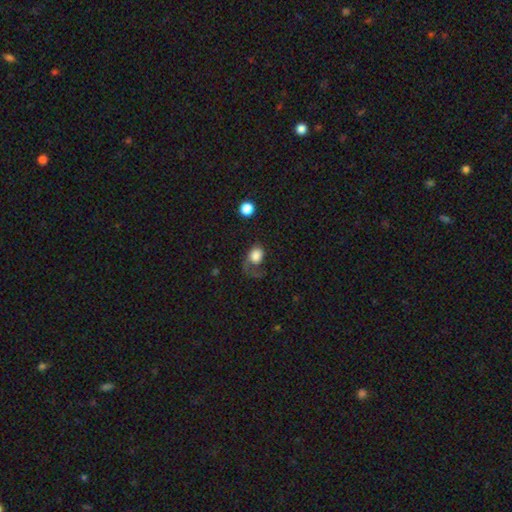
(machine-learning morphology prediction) A smooth galaxy with no disk features (72%) that is round (51%).

Vote fractions:
- Smooth or featured? smooth: 72% / featured or disk: 19% / star or artifact: 9%
- How rounded? round: 51% / in between: 48% / cigar-shaped: 1%
- Merging? major disturbance: 48% / none: 29% / minor disturbance: 19% / merger: 4%